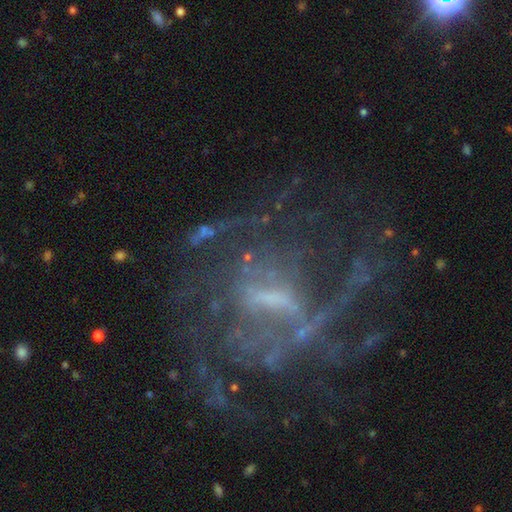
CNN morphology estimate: smooth_or_featured: featured or disk (p=0.79) [alt: star or artifact p=0.14]
disk_edge_on: no (p=0.95) [alt: yes p=0.05]
bar: weak (p=0.46) [alt: strong p=0.30]
has_spiral_arms: yes (p=0.72) [alt: no p=0.28]
spiral_winding: medium (p=0.40) [alt: loose p=0.30]
spiral_arm_count: can't tell (p=0.49) [alt: 2 p=0.19]
bulge_size: small (p=0.42) [alt: moderate p=0.27]
merging: none (p=0.54) [alt: major disturbance p=0.28]